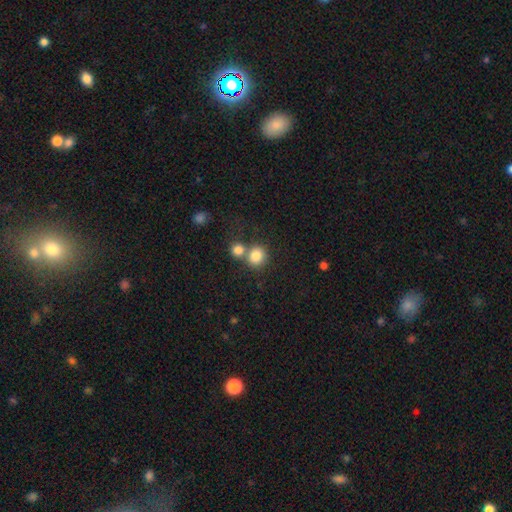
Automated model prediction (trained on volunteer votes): A smooth galaxy with no disk features (83%) that is round (84%).

Vote fractions:
- Smooth or featured? smooth: 83% / star or artifact: 10% / featured or disk: 7%
- How rounded? round: 84% / in between: 15% / cigar-shaped: 1%
- Merging? none: 53% / merger: 37% / minor disturbance: 8% / major disturbance: 3%